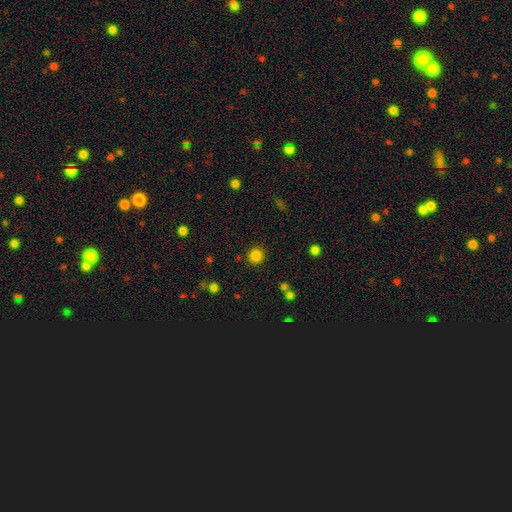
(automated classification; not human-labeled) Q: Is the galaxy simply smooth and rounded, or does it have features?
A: smooth — 83%.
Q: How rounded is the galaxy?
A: round — 92%.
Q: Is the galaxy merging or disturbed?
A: none — 89%.